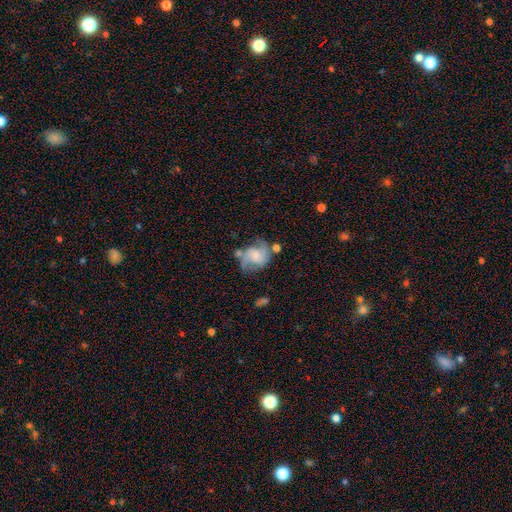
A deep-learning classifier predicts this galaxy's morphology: smooth-or-featured: featured or disk: 75% | smooth: 18% | star or artifact: 7%
  disk-edge-on: no: 98% | yes: 2%
    bar: no: 62% | weak: 32% | strong: 6%
    has-spiral-arms: yes: 92% | no: 8%
      spiral-winding: medium: 49% | loose: 29% | tight: 22%
      spiral-arm-count: 2: 80% | can't tell: 8% | 3: 5% | 1: 3% | 4: 2% | more than 4: 2%
    bulge-size: small: 46% | moderate: 32% | none: 13% | large: 8% | dominant: 2%
  merging: none: 51% | minor disturbance: 23% | major disturbance: 15% | merger: 11%